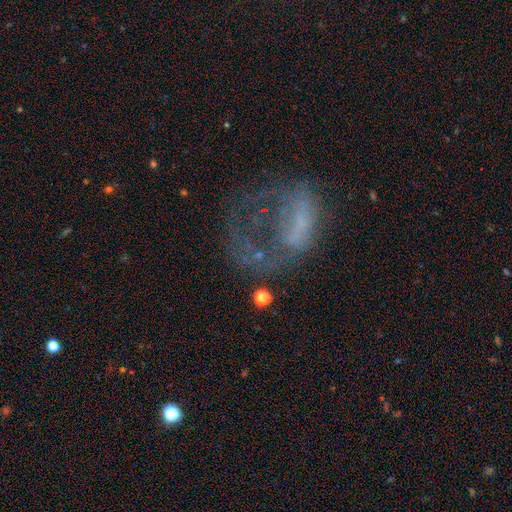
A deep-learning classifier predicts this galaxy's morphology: smooth-or-featured: featured or disk: 53% | smooth: 28% | star or artifact: 19%
  disk-edge-on: no: 96% | yes: 4%
    bar: no: 75% | weak: 17% | strong: 9%
    has-spiral-arms: no: 76% | yes: 24%
    bulge-size: none: 66% | small: 17% | moderate: 12% | large: 4% | dominant: 2%
  merging: major disturbance: 53% | none: 27% | minor disturbance: 13% | merger: 6%